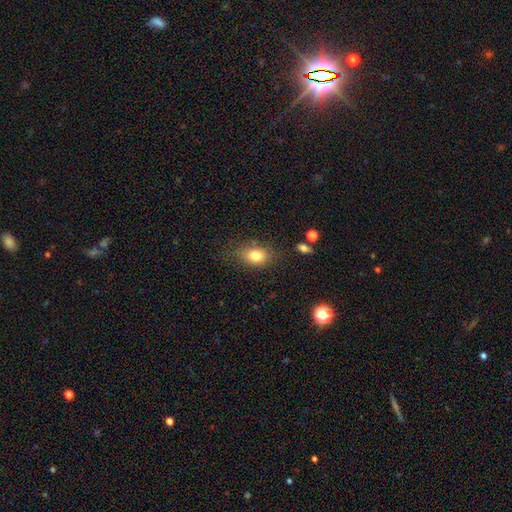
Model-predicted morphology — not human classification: This is likely a smooth galaxy (79%). How rounded: likely in between (77%). Merging: likely none (74%).